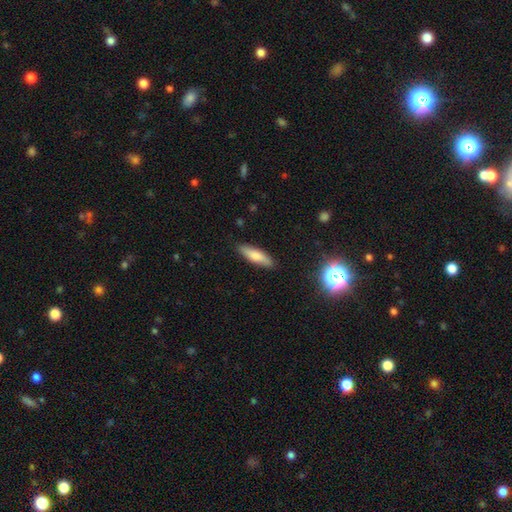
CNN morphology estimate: Smooth or featured? Predicted: smooth (p=0.74). How rounded? Predicted: cigar-shaped (p=0.59). Merging? Predicted: none (p=0.87).